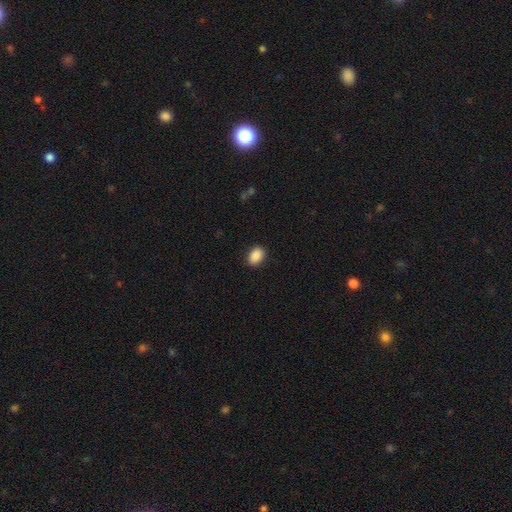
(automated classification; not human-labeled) smooth_or_featured: smooth (p=0.89) [alt: star or artifact p=0.08]
how_rounded: in between (p=0.74) [alt: round p=0.24]
merging: none (p=0.89) [alt: minor disturbance p=0.08]